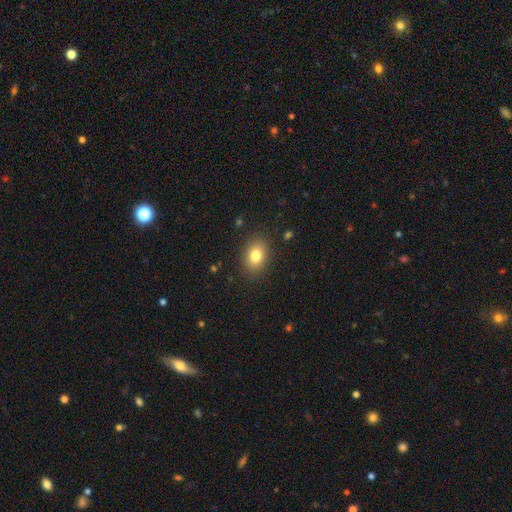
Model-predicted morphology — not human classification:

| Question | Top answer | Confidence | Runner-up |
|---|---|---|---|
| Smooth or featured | smooth | 81% | star or artifact (10%) |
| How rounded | in between | 70% | round (29%) |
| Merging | none | 86% | minor disturbance (10%) |